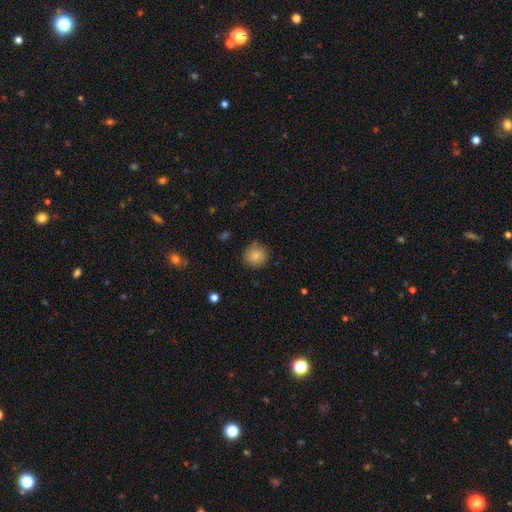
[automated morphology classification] A smooth galaxy with no disk features (84%) that is round (91%).

Vote fractions:
- Smooth or featured? smooth: 84% / star or artifact: 9% / featured or disk: 7%
- How rounded? round: 91% / in between: 8% / cigar-shaped: 1%
- Merging? none: 81% / minor disturbance: 14% / major disturbance: 3% / merger: 2%